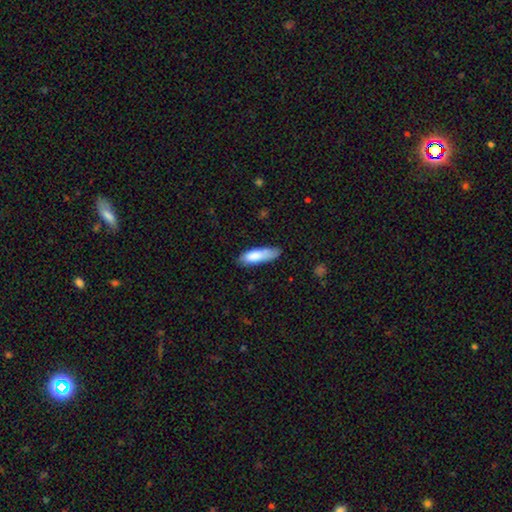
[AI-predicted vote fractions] This is clearly a smooth galaxy (82%). How rounded: possibly cigar-shaped (52%). Merging: likely none (63%).